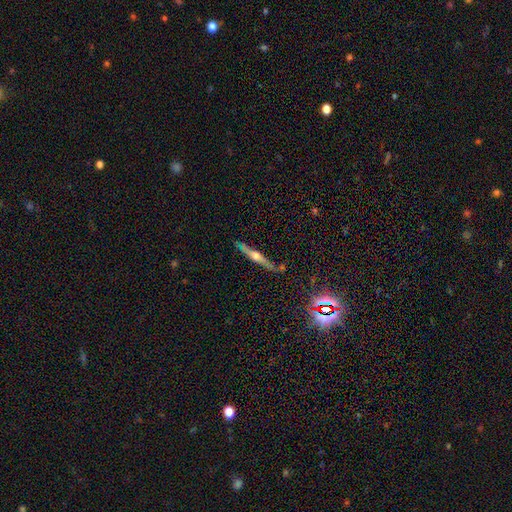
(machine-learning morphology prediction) Smooth or featured: featured or disk — 66% (smooth — 25%)
Edge-on disk: yes — 94% (no — 6%)
Edge-on bulge: rounded — 84% (boxy — 8%)
Merging: none — 78% (minor disturbance — 15%)